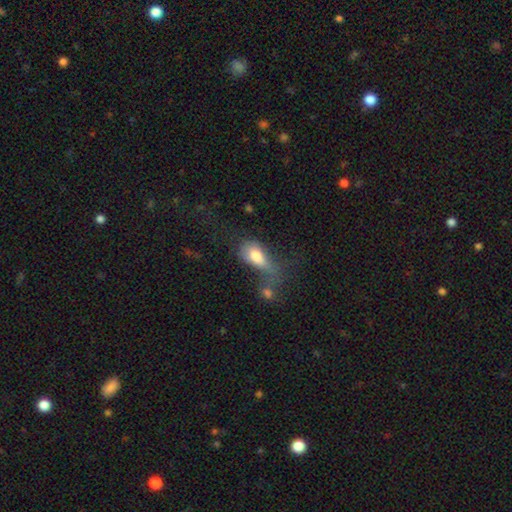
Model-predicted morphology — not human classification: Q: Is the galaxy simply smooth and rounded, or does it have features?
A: smooth — 73%.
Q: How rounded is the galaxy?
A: in between — 83%.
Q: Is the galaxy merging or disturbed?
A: major disturbance — 42%.